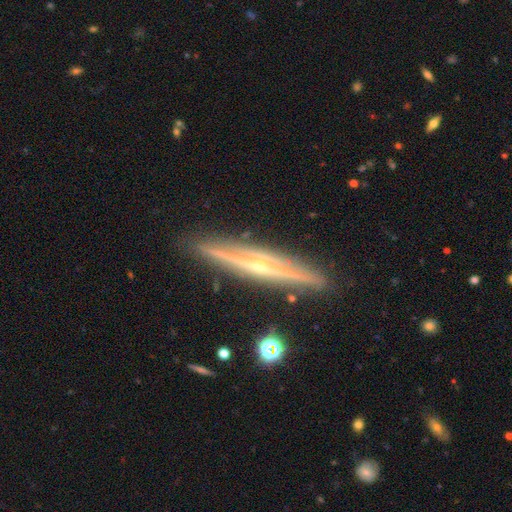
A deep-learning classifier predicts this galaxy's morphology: Smooth or featured?
  - featured or disk: 84% *
  - smooth: 10%
  - star or artifact: 6%
Edge-on disk?
  - yes: 97% *
  - no: 3%
Edge-on bulge?
  - rounded: 71% *
  - none: 23%
  - boxy: 6%
Merging?
  - none: 89% *
  - minor disturbance: 8%
  - major disturbance: 2%
  - merger: 1%